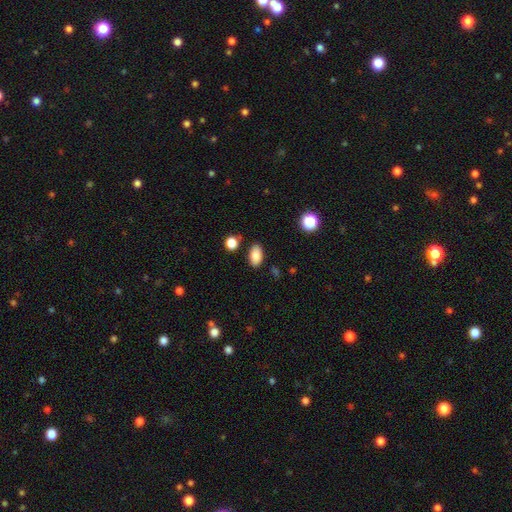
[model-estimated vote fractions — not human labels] Smooth or featured?
  - smooth: 85% *
  - star or artifact: 9%
  - featured or disk: 7%
How rounded?
  - in between: 91% *
  - round: 6%
  - cigar-shaped: 3%
Merging?
  - none: 85% *
  - minor disturbance: 10%
  - merger: 3%
  - major disturbance: 2%